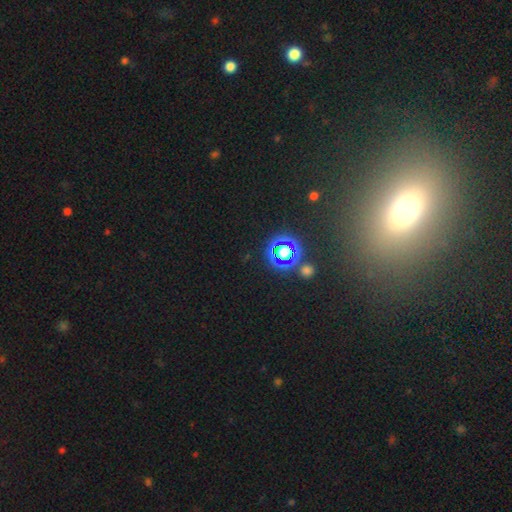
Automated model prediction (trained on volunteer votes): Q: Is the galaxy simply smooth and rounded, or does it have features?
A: star or artifact — 56%.